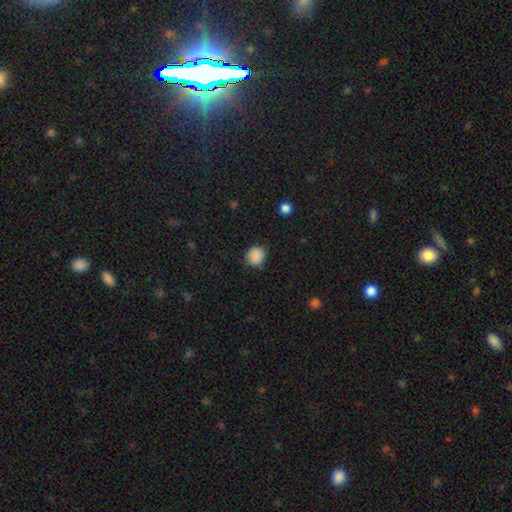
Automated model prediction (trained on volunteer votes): Smooth or featured? Predicted: smooth (p=0.88). How rounded? Predicted: round (p=0.73). Merging? Predicted: none (p=0.85).